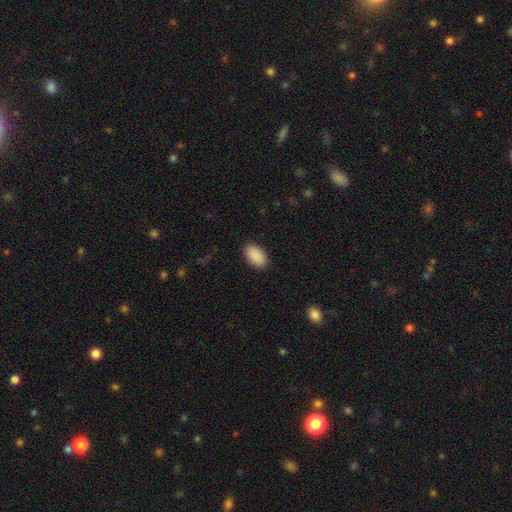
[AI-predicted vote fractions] The model was most divided on "merging": none: 90%, minor disturbance: 7%, major disturbance: 2%, merger: 1%. More confident: how rounded — in between (94%); smooth or featured — smooth (91%).